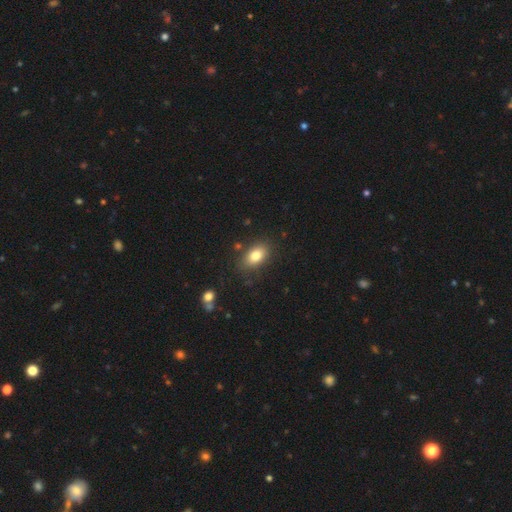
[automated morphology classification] Smooth or featured? smooth (81%)
How rounded? in between (87%)
Merging? none (82%)